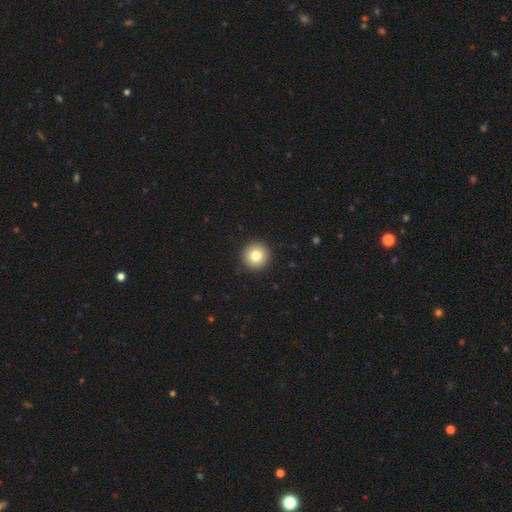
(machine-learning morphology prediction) Smooth or featured? smooth (81%)
How rounded? round (95%)
Merging? none (93%)